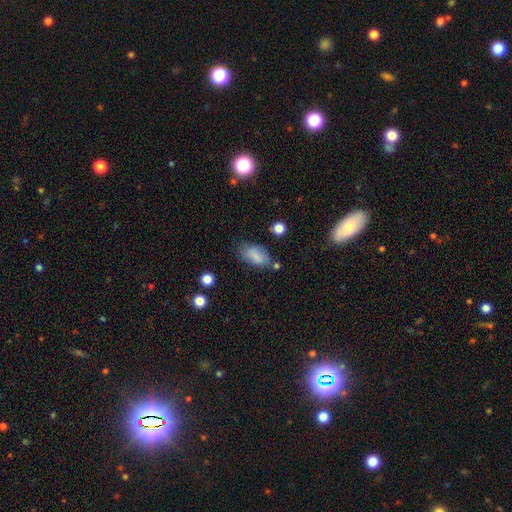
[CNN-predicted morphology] smooth_or_featured: smooth (p=0.79) [alt: featured or disk p=0.12]
how_rounded: in between (p=0.91) [alt: cigar-shaped p=0.05]
merging: none (p=0.62) [alt: minor disturbance p=0.24]